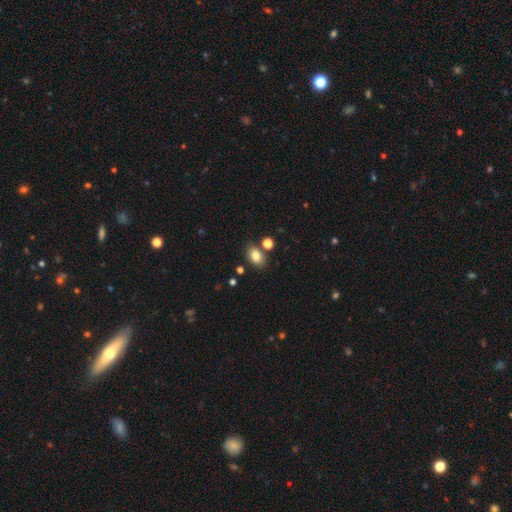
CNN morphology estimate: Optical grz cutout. It shows a smooth galaxy with no disk features (83%) that is in between round and cigar-shaped (83%). Merging: none (77%).